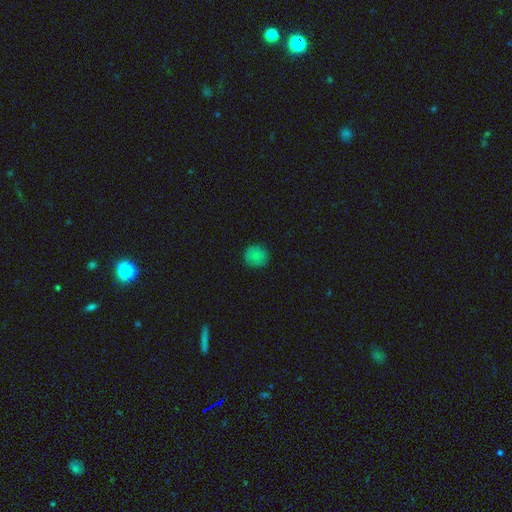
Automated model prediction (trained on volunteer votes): Smooth or featured? smooth (81%)
How rounded? round (90%)
Merging? none (84%)